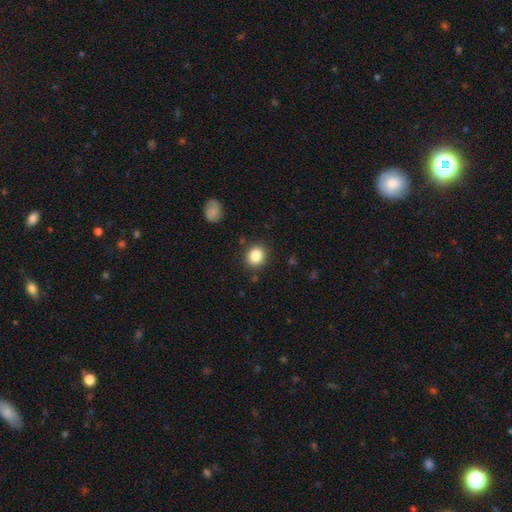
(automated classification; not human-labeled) smooth_or_featured: smooth (p=0.85) [alt: star or artifact p=0.10]
how_rounded: round (p=0.68) [alt: in between p=0.31]
merging: none (p=0.86) [alt: minor disturbance p=0.09]